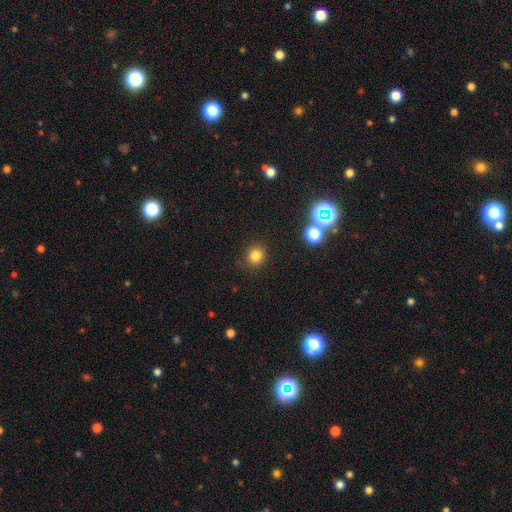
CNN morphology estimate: Smooth or featured?
  - smooth: 81% *
  - star or artifact: 14%
  - featured or disk: 5%
How rounded?
  - round: 88% *
  - in between: 11%
  - cigar-shaped: 1%
Merging?
  - none: 89% *
  - minor disturbance: 7%
  - major disturbance: 2%
  - merger: 2%